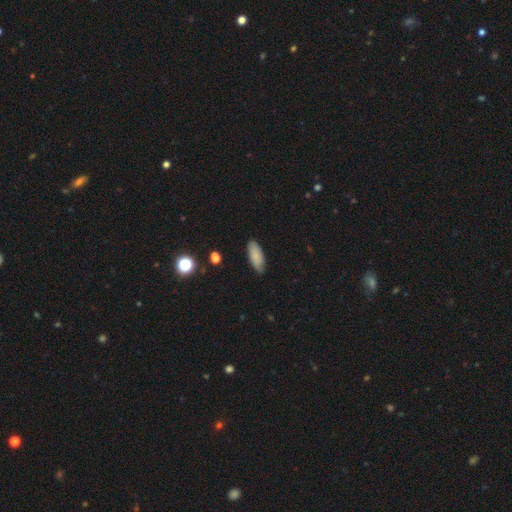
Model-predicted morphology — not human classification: Smooth or featured? Predicted: smooth (p=0.85). How rounded? Predicted: in between (p=0.77). Merging? Predicted: none (p=0.82).